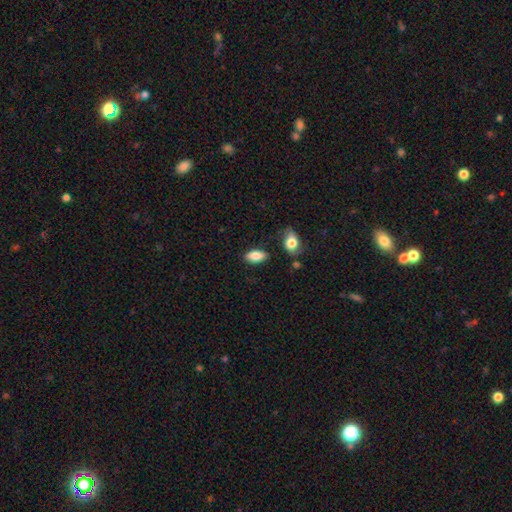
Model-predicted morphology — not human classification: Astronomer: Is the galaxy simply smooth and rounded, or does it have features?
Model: smooth — 85%.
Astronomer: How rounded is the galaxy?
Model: in between — 91%.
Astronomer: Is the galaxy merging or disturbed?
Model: none — 81%.